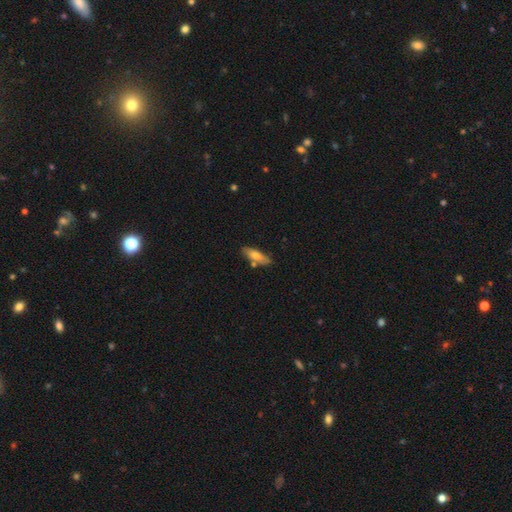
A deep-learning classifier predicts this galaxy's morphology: type=smooth (69%); roundness=in between (52%); merging=none (73%).